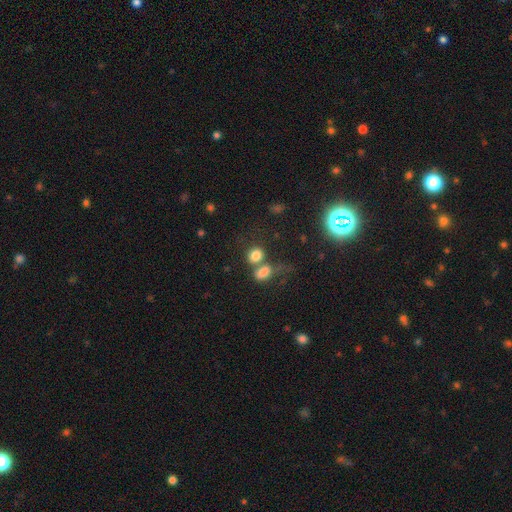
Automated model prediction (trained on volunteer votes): This appears to be a smooth galaxy with no disk features (81%) that is round (53%). Merging: merger (45%).